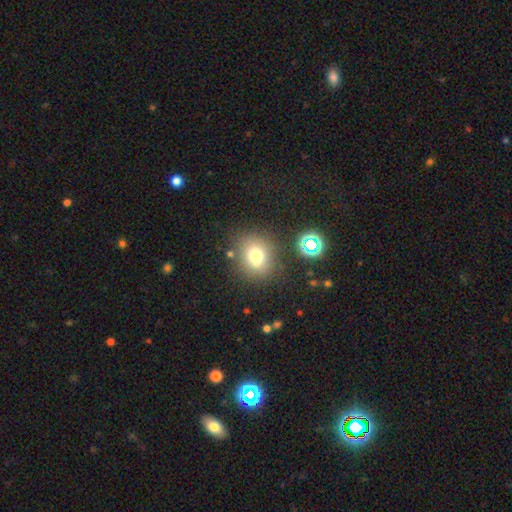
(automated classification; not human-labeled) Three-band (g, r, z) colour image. It shows a smooth galaxy with no disk features (69%) that is round (78%). Merging: none (70%).